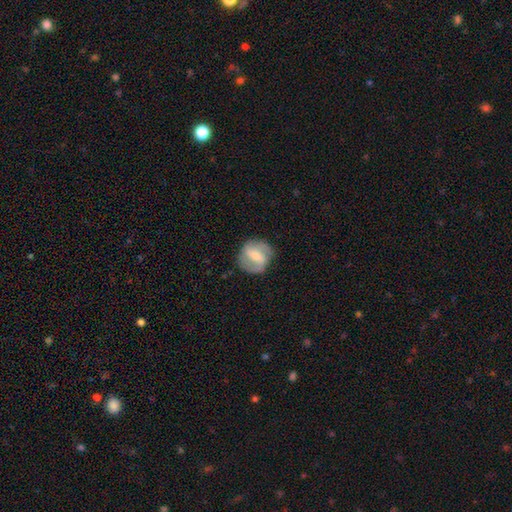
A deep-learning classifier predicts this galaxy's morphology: A featured or disk galaxy (70%) with a strong bar (44%), 2 (82%) medium (46%) spiral arms (86%) and a moderate central bulge (46%).

Vote fractions:
- Smooth or featured? featured or disk: 70% / smooth: 24% / star or artifact: 6%
- Edge-on disk? no: 97% / yes: 3%
- Bar? strong: 44% / weak: 42% / no: 14%
- Spiral arms? yes: 86% / no: 14%
- Spiral winding? medium: 46% / tight: 28% / loose: 26%
- Spiral arm count? 2: 82% / can't tell: 9% / 3: 4% / 1: 3% / 4: 1% / more than 4: 1%
- Bulge size? moderate: 46% / small: 43% / none: 5% / large: 5% / dominant: 1%
- Merging? none: 79% / minor disturbance: 14% / major disturbance: 6% / merger: 1%